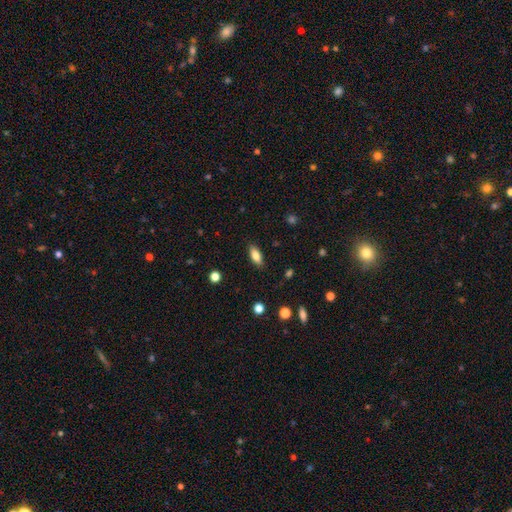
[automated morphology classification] Smooth or featured? smooth (81%)
How rounded? in between (80%)
Merging? none (87%)